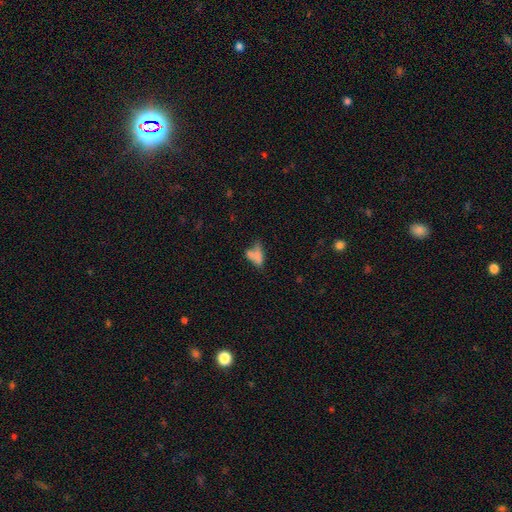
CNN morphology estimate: smooth_or_featured: smooth (p=0.68) [alt: featured or disk p=0.20]
how_rounded: in between (p=0.68) [alt: cigar-shaped p=0.26]
merging: merger (p=0.47) [alt: none p=0.27]